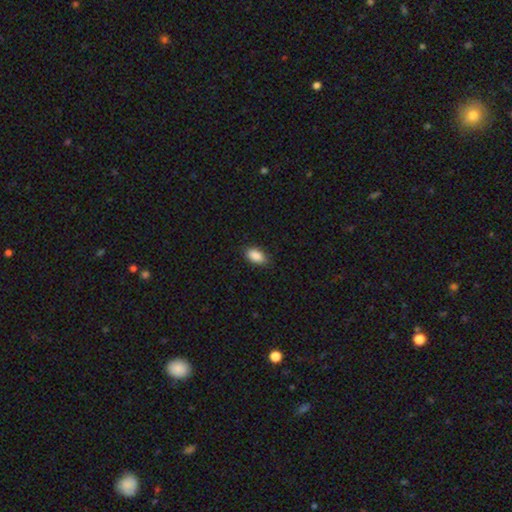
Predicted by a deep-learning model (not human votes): Morphology: type=smooth (89%); roundness=in between (92%); merging=none (85%).